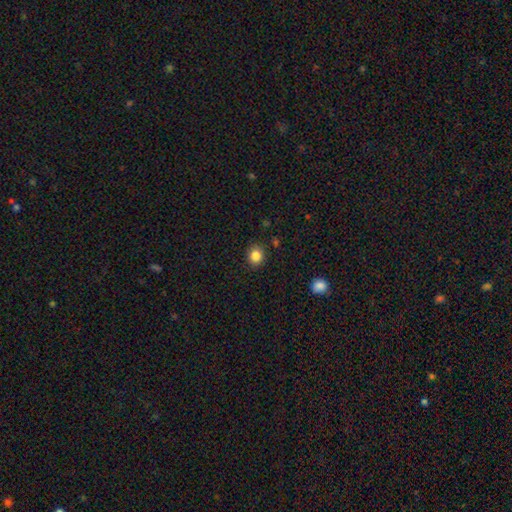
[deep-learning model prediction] This appears to be a smooth galaxy with no disk features (85%) that is round (76%). Merging: none (88%).